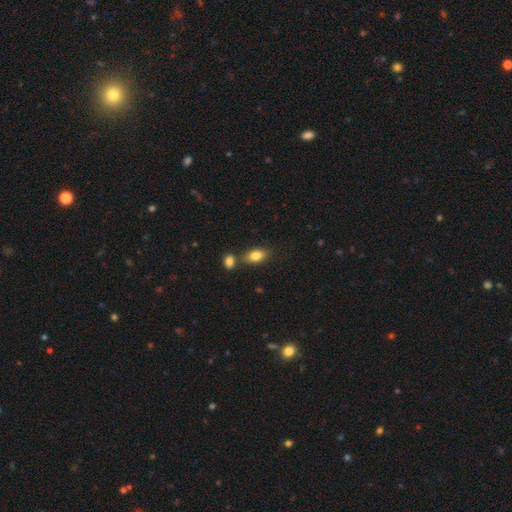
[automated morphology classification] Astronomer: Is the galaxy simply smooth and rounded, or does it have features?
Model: smooth — 82%.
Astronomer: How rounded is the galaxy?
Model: in between — 88%.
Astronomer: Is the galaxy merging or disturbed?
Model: none — 65%.